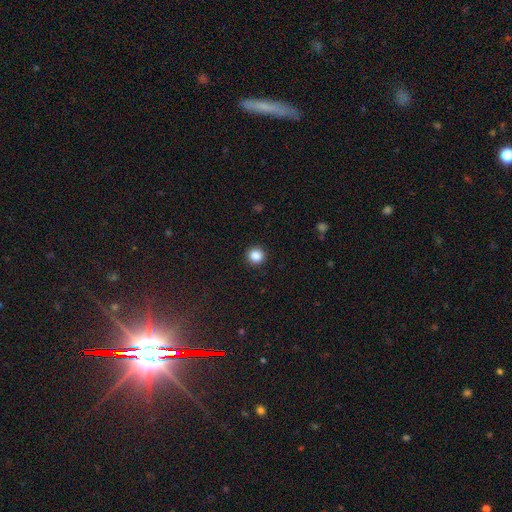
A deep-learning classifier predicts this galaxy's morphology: Smooth or featured?
  - smooth: 87% *
  - star or artifact: 10%
  - featured or disk: 3%
How rounded?
  - round: 91% *
  - in between: 8%
  - cigar-shaped: 1%
Merging?
  - none: 92% *
  - minor disturbance: 5%
  - major disturbance: 2%
  - merger: 1%